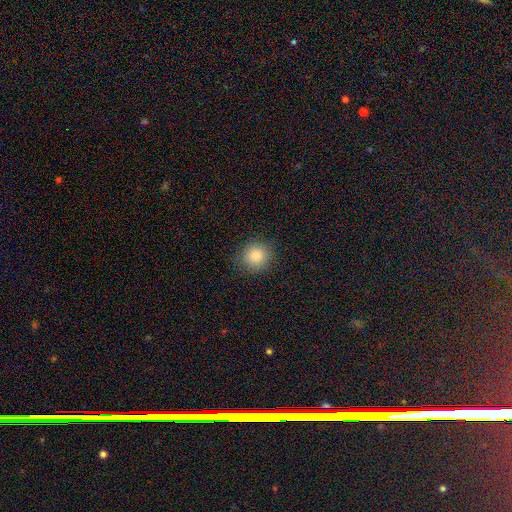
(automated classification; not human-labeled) Smooth or featured? smooth (84%)
How rounded? round (89%)
Merging? none (89%)